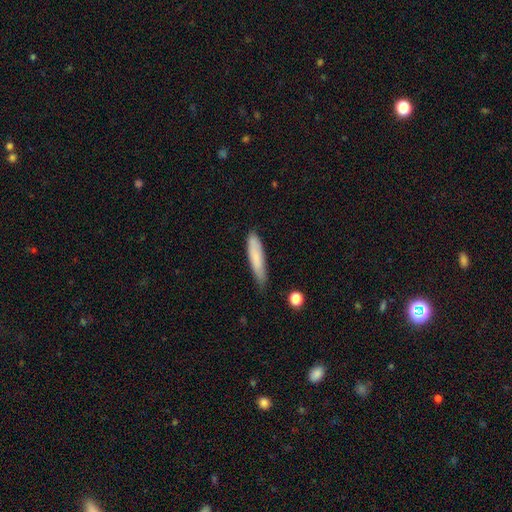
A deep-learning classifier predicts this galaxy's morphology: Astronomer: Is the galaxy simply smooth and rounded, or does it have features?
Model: smooth — 79%.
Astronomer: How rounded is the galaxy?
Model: cigar-shaped — 83%.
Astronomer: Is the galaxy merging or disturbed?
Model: none — 69%.